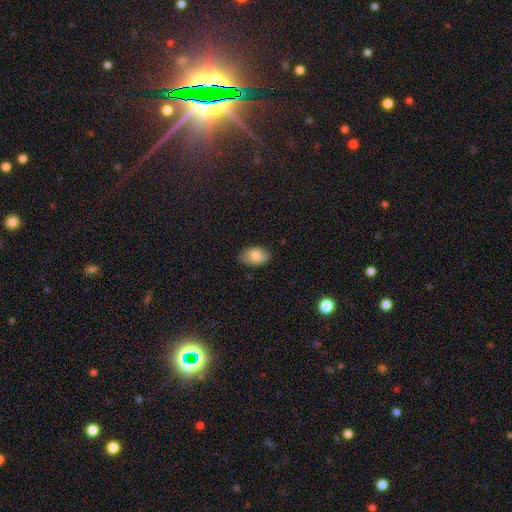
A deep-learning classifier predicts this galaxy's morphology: Q: Smooth or featured?
A: smooth (83%); runner-up: featured or disk (10%)
Q: How rounded?
A: in between (90%); runner-up: round (9%)
Q: Merging?
A: none (80%); runner-up: minor disturbance (16%)